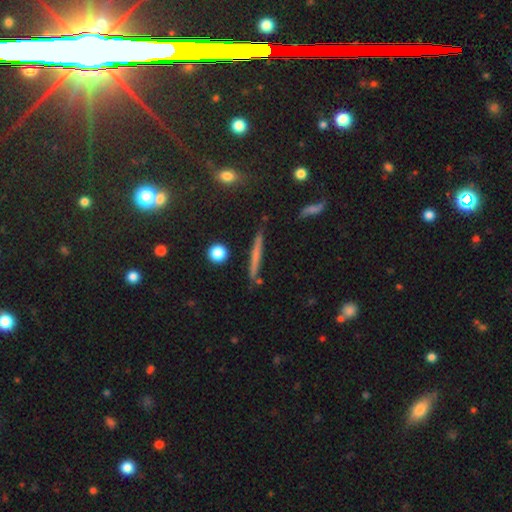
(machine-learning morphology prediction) smooth 54%, featured or disk 38%, star or artifact 9%. Down the decision tree: how rounded — cigar-shaped (93%); merging — none (87%).